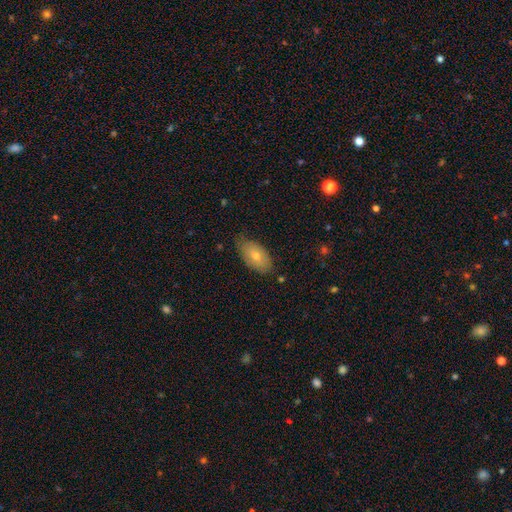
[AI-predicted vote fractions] Smooth or featured: smooth — 65% (featured or disk — 27%)
How rounded: in between — 92% (round — 5%)
Merging: none — 75% (minor disturbance — 20%)